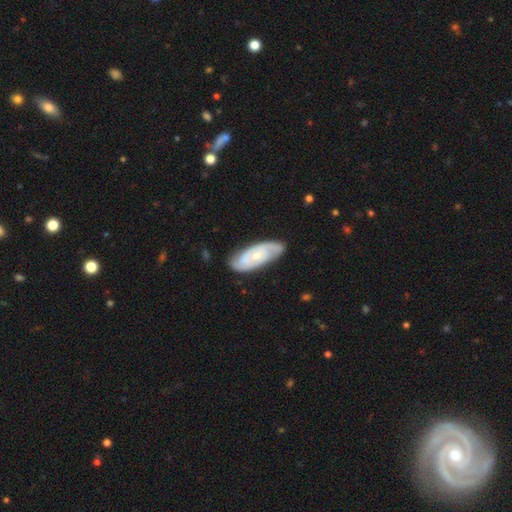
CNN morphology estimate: Smooth or featured: featured or disk — 72% (smooth — 23%)
Edge-on disk: no — 90% (yes — 10%)
Bar: no — 75% (weak — 20%)
Spiral arms: yes — 87% (no — 13%)
Spiral winding: tight — 59% (medium — 32%)
Spiral arm count: 2 — 57% (can't tell — 28%)
Bulge size: small — 61% (moderate — 36%)
Merging: none — 77% (minor disturbance — 18%)